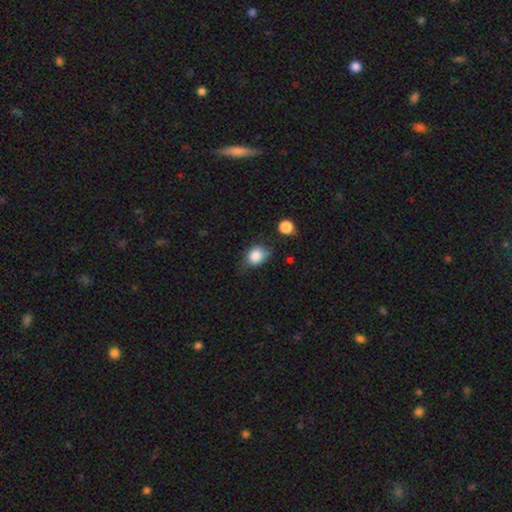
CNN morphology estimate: smooth_or_featured: smooth (p=0.83) [alt: star or artifact p=0.09]
how_rounded: round (p=0.55) [alt: in between p=0.44]
merging: none (p=0.52) [alt: minor disturbance p=0.34]